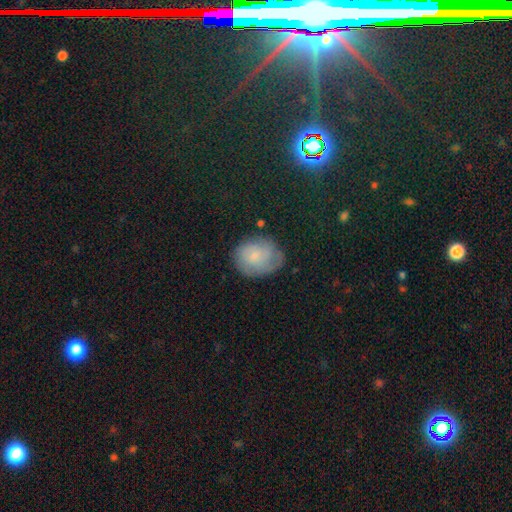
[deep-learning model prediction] This is possibly a smooth galaxy (58%). How rounded: possibly round (51%). Merging: possibly none (58%).